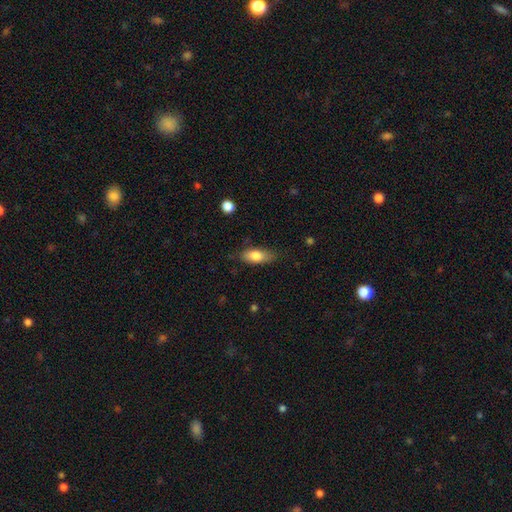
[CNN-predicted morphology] Smooth or featured? Predicted: smooth (p=0.79). How rounded? Predicted: in between (p=0.78). Merging? Predicted: none (p=0.73).